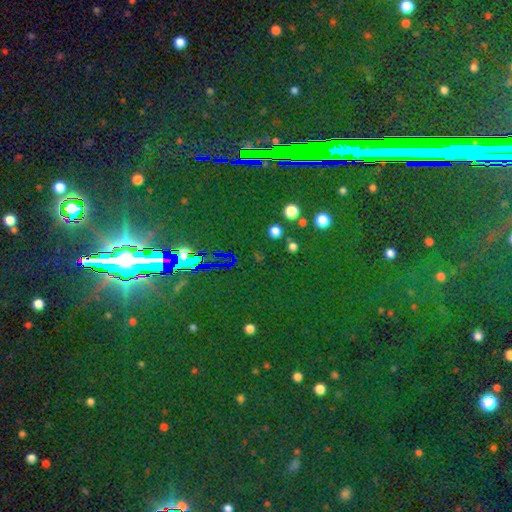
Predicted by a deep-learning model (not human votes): Morphology: type=star or artifact (82%).